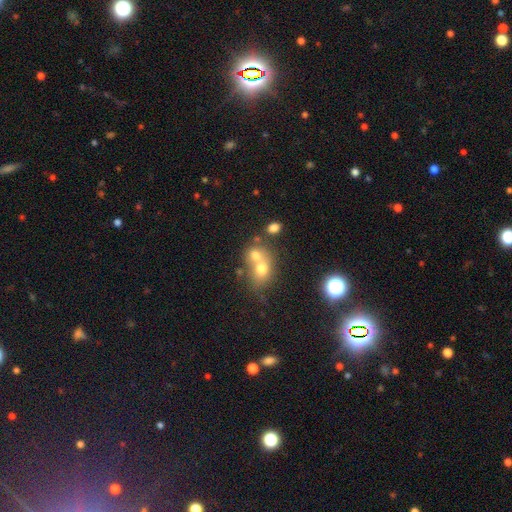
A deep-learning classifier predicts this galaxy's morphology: Overall: smooth (67%). How rounded: round (54%; in between 45%). Merging: merger (67%).